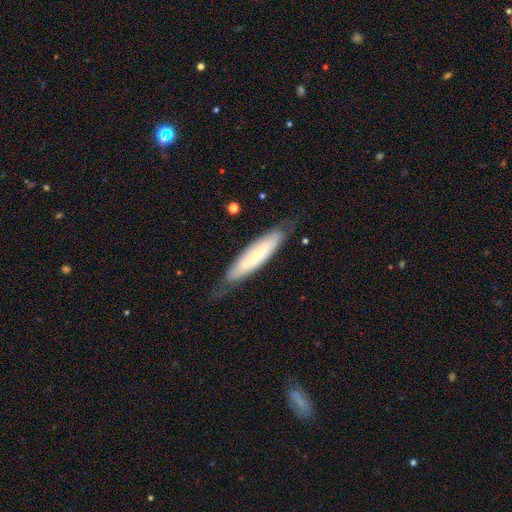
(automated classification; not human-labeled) Smooth or featured? smooth (53%)
How rounded? cigar-shaped (74%)
Merging? none (70%)